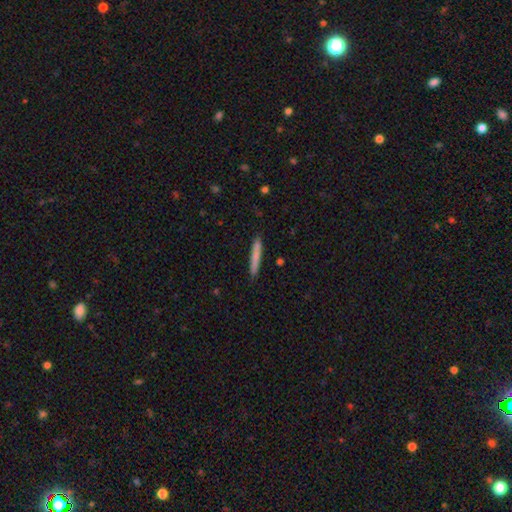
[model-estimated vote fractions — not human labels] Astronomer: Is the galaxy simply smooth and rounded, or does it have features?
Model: smooth — 75%.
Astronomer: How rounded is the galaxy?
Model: cigar-shaped — 96%.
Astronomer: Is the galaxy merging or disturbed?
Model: none — 90%.